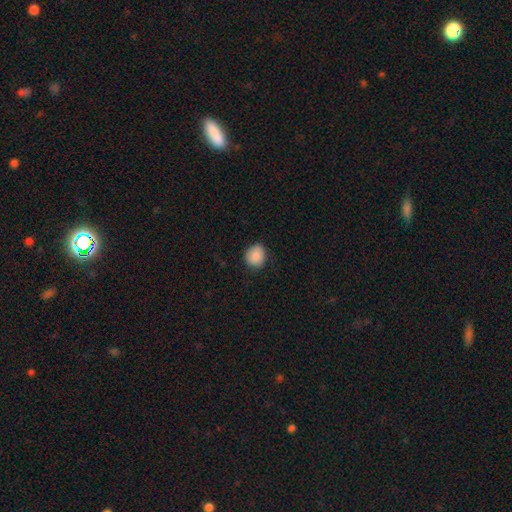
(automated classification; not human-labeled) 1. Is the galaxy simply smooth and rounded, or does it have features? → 87% smooth, 8% star or artifact, 5% featured or disk.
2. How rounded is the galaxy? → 72% round, 27% in between, 1% cigar-shaped.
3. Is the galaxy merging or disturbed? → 80% none, 17% minor disturbance, 3% major disturbance, 1% merger.